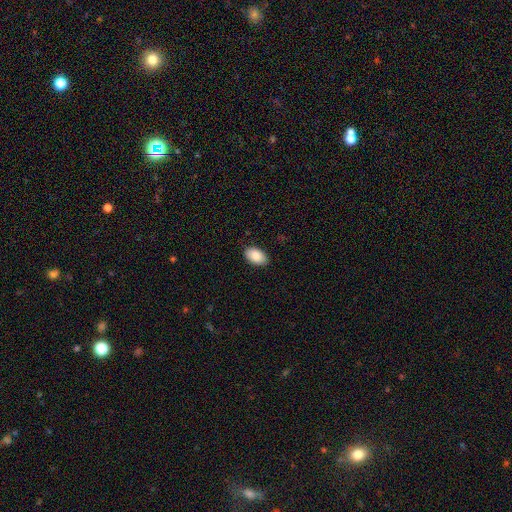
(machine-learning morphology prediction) A smooth galaxy with no disk features (88%) that is in between round and cigar-shaped (94%).

Vote fractions:
- Smooth or featured? smooth: 88% / star or artifact: 6% / featured or disk: 6%
- How rounded? in between: 94% / round: 5% / cigar-shaped: 1%
- Merging? none: 88% / minor disturbance: 10% / major disturbance: 2% / merger: 1%